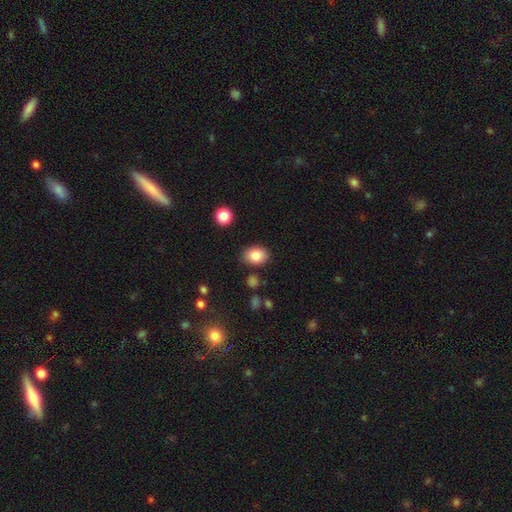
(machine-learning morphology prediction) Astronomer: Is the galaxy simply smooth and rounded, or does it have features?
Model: smooth — 83%.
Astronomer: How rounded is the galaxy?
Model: in between — 66%.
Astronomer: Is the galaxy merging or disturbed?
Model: none — 84%.